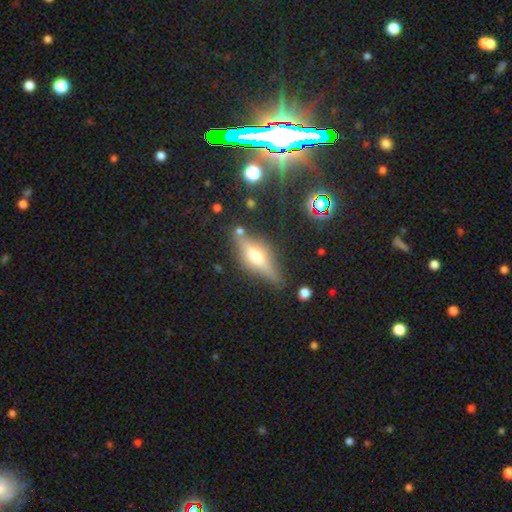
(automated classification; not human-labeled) smooth_or_featured: featured or disk (p=0.63) [alt: smooth p=0.25]
disk_edge_on: yes (p=0.93) [alt: no p=0.07]
edge_on_bulge: rounded (p=0.92) [alt: boxy p=0.06]
merging: none (p=0.80) [alt: minor disturbance p=0.13]